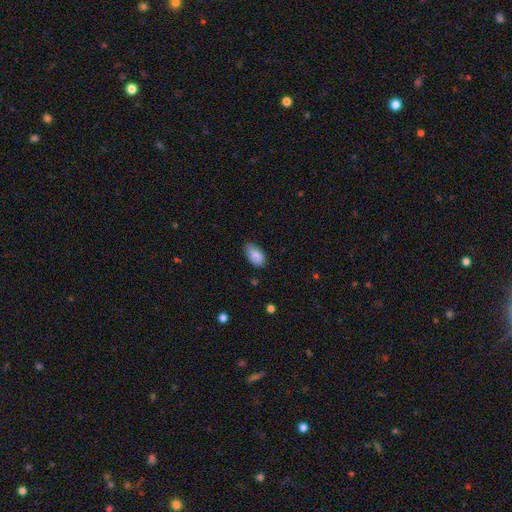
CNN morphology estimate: Overall: smooth (86%). How rounded: in between (94%). Merging: none (71%).